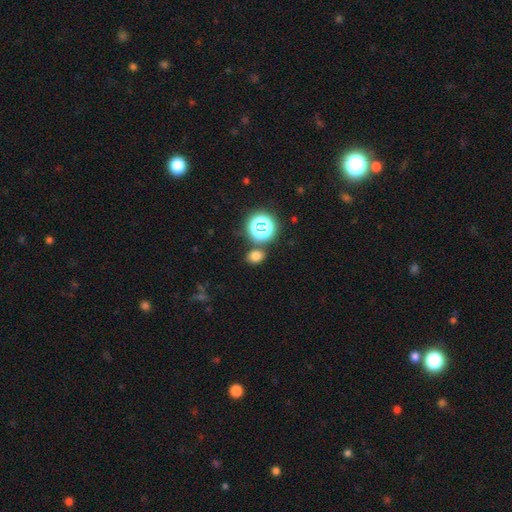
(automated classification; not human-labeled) Q: Smooth or featured?
A: smooth (69%); runner-up: star or artifact (24%)
Q: How rounded?
A: round (56%); runner-up: in between (43%)
Q: Merging?
A: none (80%); runner-up: minor disturbance (10%)